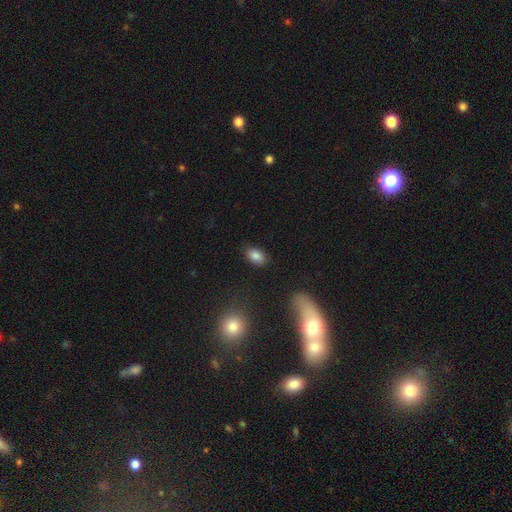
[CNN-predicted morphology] smooth_or_featured: smooth (p=0.84) [alt: star or artifact p=0.09]
how_rounded: in between (p=0.89) [alt: round p=0.10]
merging: none (p=0.86) [alt: minor disturbance p=0.10]